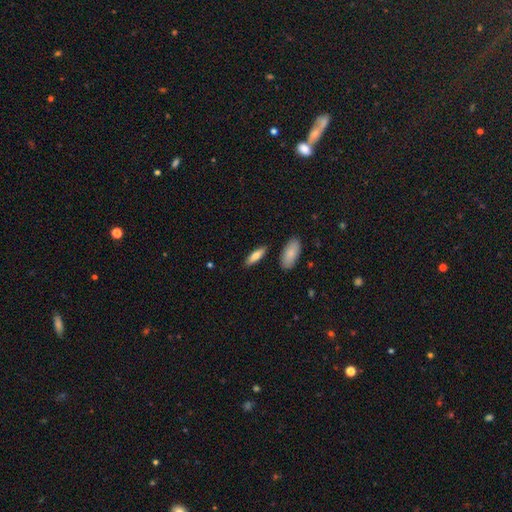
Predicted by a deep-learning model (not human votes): A smooth galaxy with no disk features (77%) that is in between round and cigar-shaped (51%). Merging: none (86%).